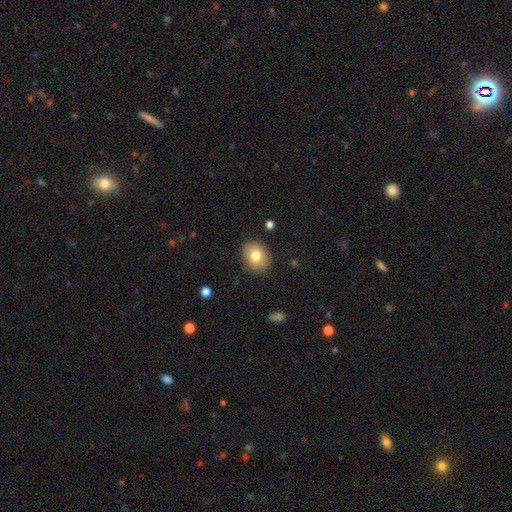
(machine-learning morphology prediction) smooth_or_featured: smooth (p=0.76) [alt: featured or disk p=0.15]
how_rounded: in between (p=0.51) [alt: round p=0.48]
merging: none (p=0.87) [alt: minor disturbance p=0.09]